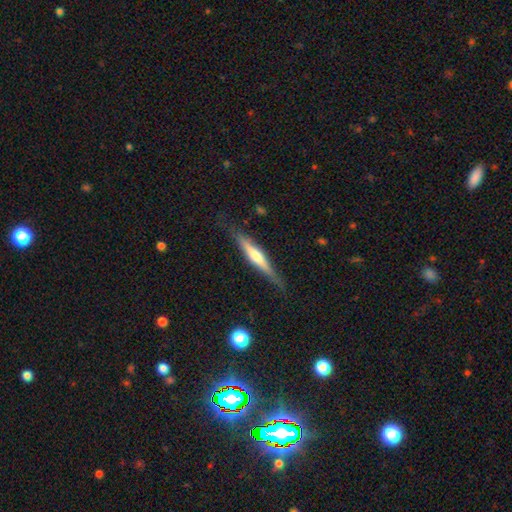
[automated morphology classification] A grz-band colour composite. It shows a featured or disk galaxy (61%) viewed edge-on (96%) with a rounded central bulge (77%). Merging: none (81%).